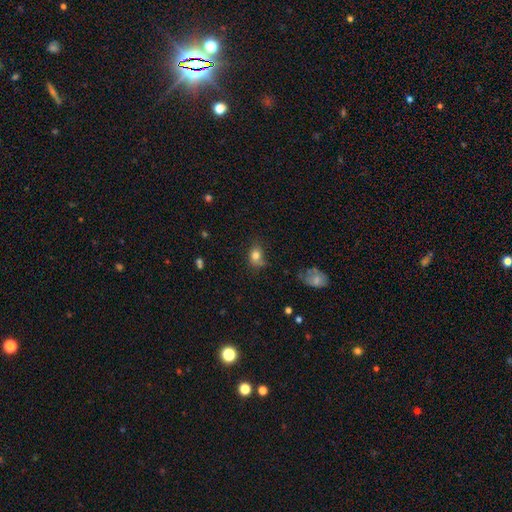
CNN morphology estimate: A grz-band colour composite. It shows a smooth galaxy with no disk features (78%) that is in between round and cigar-shaped (58%). Merging: none (51%).